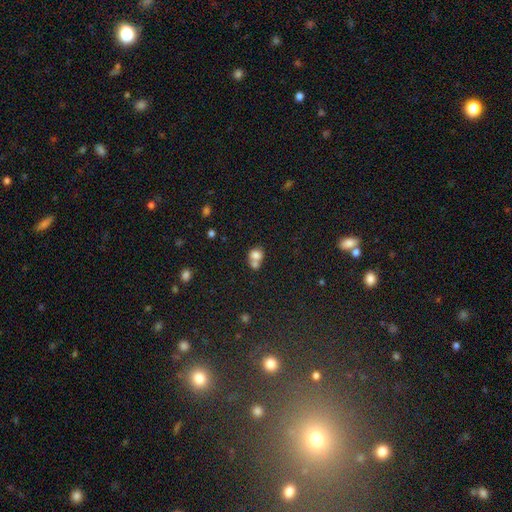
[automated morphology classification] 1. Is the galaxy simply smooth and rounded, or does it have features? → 75% smooth, 14% featured or disk, 11% star or artifact.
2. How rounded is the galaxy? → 62% round, 37% in between, 1% cigar-shaped.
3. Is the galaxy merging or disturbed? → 63% merger, 26% none, 7% minor disturbance, 3% major disturbance.